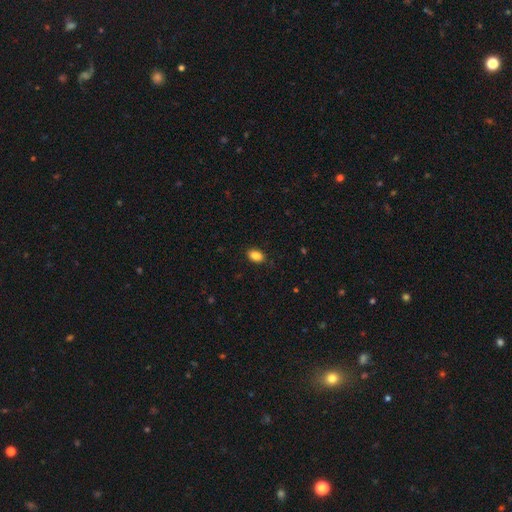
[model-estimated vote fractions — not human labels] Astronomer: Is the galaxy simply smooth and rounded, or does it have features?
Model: smooth — 88%.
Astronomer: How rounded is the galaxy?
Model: in between — 87%.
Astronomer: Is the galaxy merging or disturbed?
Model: none — 87%.